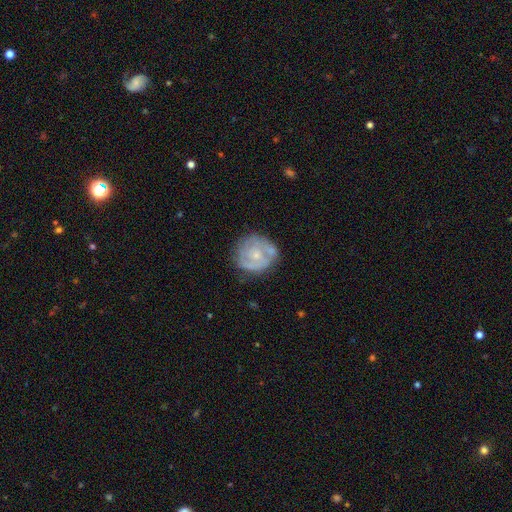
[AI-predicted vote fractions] smooth-or-featured: featured or disk: 64% | smooth: 30% | star or artifact: 6%
  disk-edge-on: no: 98% | yes: 2%
    bar: no: 77% | weak: 19% | strong: 3%
    has-spiral-arms: yes: 65% | no: 35%
    bulge-size: small: 61% | moderate: 30% | none: 6% | large: 2% | dominant: 1%
  merging: none: 61% | minor disturbance: 22% | major disturbance: 9% | merger: 8%